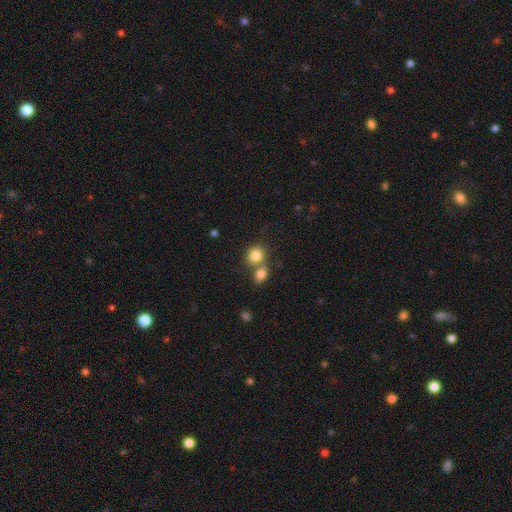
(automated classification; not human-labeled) Overall: smooth (83%). How rounded: round (75%). Merging: none (45%, tied with merger).